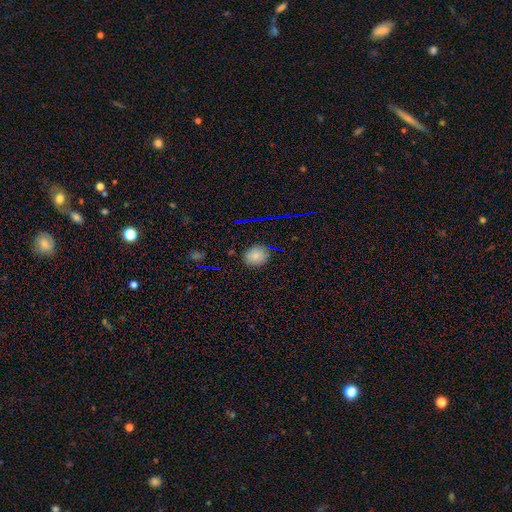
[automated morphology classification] A smooth galaxy with no disk features (76%) that is round (70%).

Vote fractions:
- Smooth or featured? smooth: 76% / star or artifact: 17% / featured or disk: 6%
- How rounded? round: 70% / in between: 29% / cigar-shaped: 1%
- Merging? none: 84% / minor disturbance: 11% / major disturbance: 2% / merger: 2%